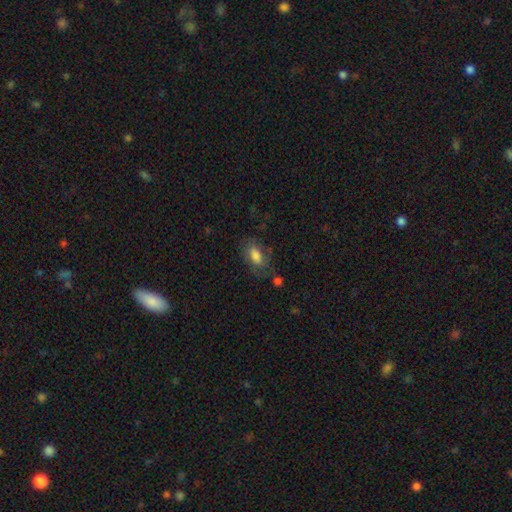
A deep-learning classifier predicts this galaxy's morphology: The model was most divided on "merging": none: 55%, minor disturbance: 24%, major disturbance: 16%, merger: 5%. More confident: how rounded — in between (88%); smooth or featured — smooth (69%).